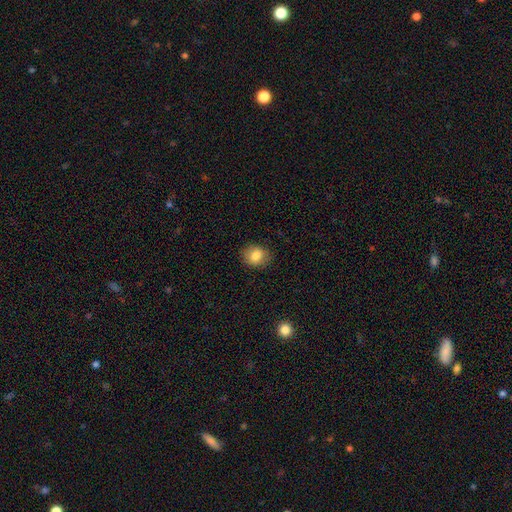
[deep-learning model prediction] smooth_or_featured: smooth (p=0.83) [alt: star or artifact p=0.09]
how_rounded: round (p=0.62) [alt: in between p=0.37]
merging: none (p=0.86) [alt: minor disturbance p=0.10]